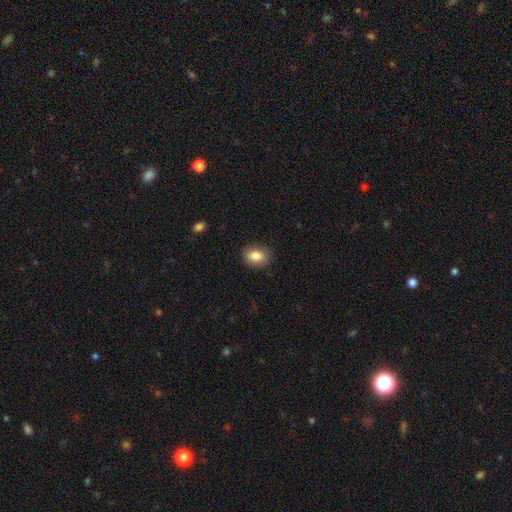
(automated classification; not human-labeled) smooth 85%, star or artifact 8%, featured or disk 7%. Down the decision tree: how rounded — in between (75%); merging — none (86%).